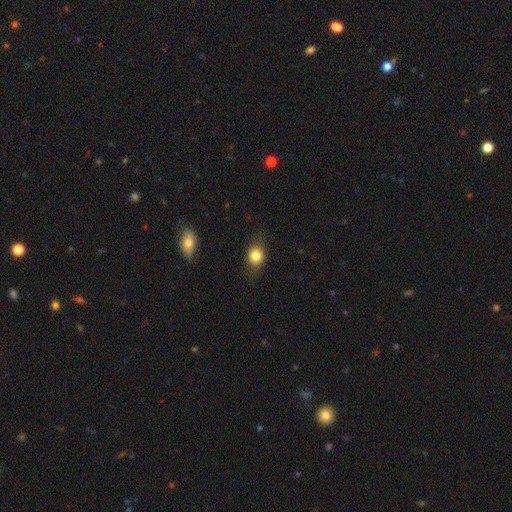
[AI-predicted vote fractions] smooth_or_featured: smooth (p=0.80) [alt: featured or disk p=0.11]
how_rounded: round (p=0.54) [alt: in between p=0.44]
merging: none (p=0.76) [alt: minor disturbance p=0.17]